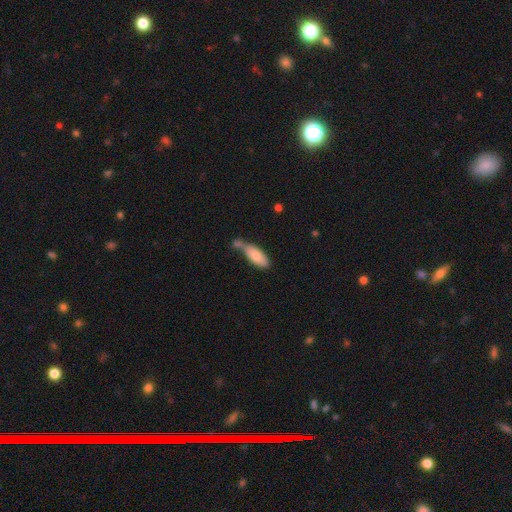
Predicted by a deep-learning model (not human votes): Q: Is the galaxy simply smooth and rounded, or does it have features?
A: smooth — 81%.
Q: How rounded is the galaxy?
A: in between — 78%.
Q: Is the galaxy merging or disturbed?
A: merger — 37%, tied with none.